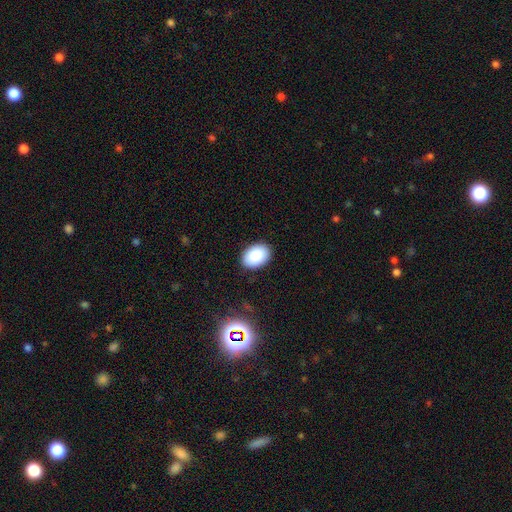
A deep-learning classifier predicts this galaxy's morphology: Overall: smooth (87%). How rounded: in between (84%). Merging: none (89%).